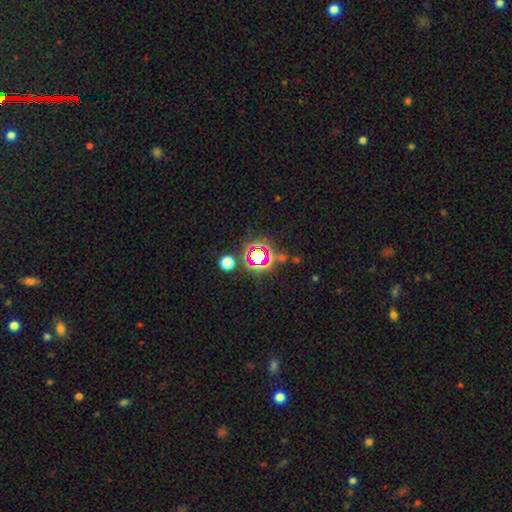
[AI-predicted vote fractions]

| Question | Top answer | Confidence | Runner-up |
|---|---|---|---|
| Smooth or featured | star or artifact | 63% | smooth (25%) |